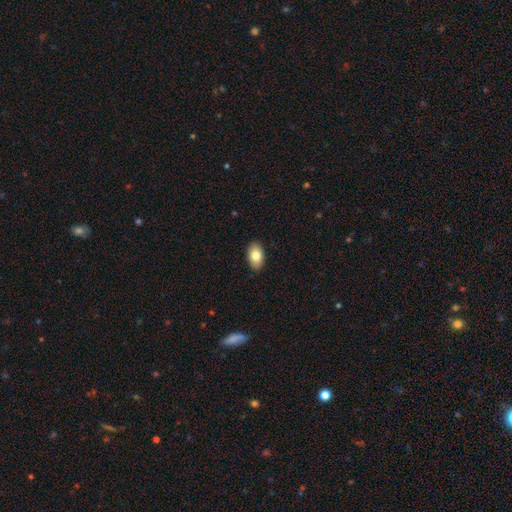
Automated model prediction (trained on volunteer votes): This appears to be a smooth galaxy with no disk features (81%) that is in between round and cigar-shaped (92%). Merging: none (89%).